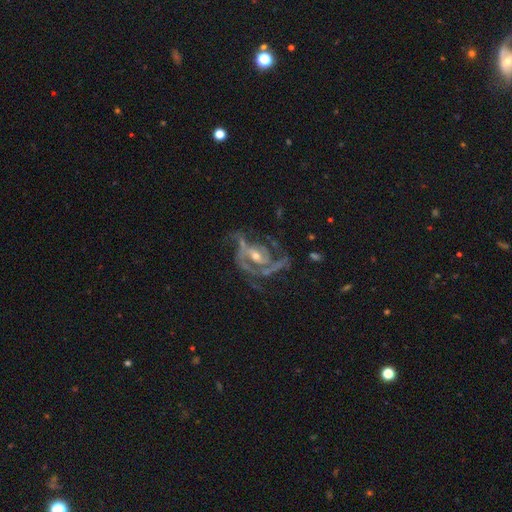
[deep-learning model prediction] smooth_or_featured: featured or disk (p=0.88) [alt: star or artifact p=0.08]
disk_edge_on: no (p=0.97) [alt: yes p=0.03]
bar: no (p=0.43) [alt: weak p=0.37]
has_spiral_arms: yes (p=0.94) [alt: no p=0.06]
spiral_winding: medium (p=0.50) [alt: tight p=0.31]
spiral_arm_count: 2 (p=0.39) [alt: 3 p=0.30]
bulge_size: moderate (p=0.50) [alt: small p=0.45]
merging: none (p=0.49) [alt: major disturbance p=0.29]